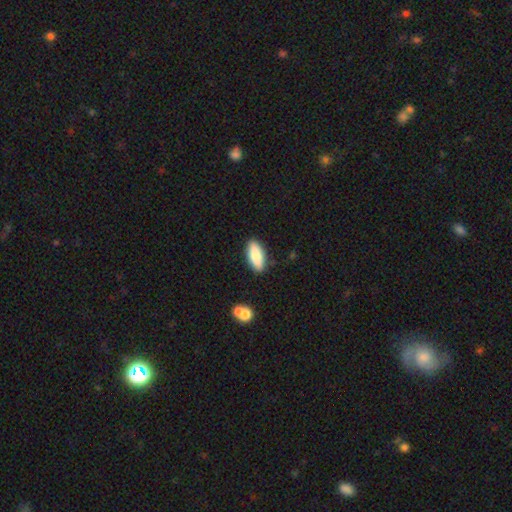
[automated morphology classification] A smooth galaxy with no disk features (84%) that is in between round and cigar-shaped (77%). Merging: none (86%).